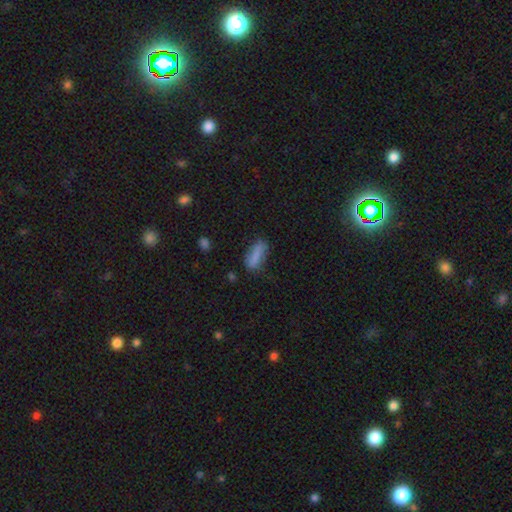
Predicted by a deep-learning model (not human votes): A smooth galaxy with no disk features (78%) that is in between round and cigar-shaped (58%).

Vote fractions:
- Smooth or featured? smooth: 78% / featured or disk: 13% / star or artifact: 9%
- How rounded? in between: 58% / cigar-shaped: 39% / round: 3%
- Merging? none: 63% / minor disturbance: 24% / major disturbance: 8% / merger: 4%